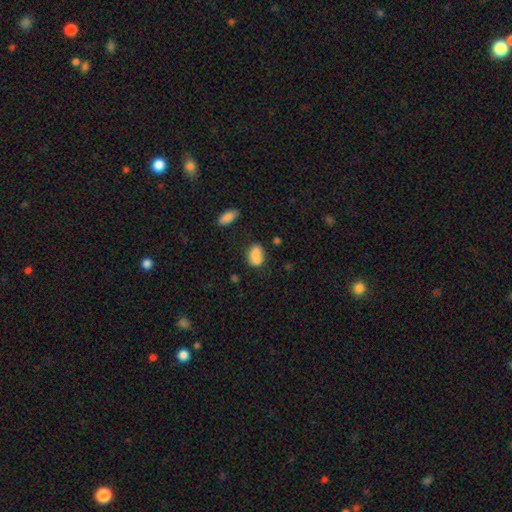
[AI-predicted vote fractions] Smooth or featured: smooth — 83% (featured or disk — 9%)
How rounded: in between — 80% (round — 18%)
Merging: none — 64% (minor disturbance — 21%)